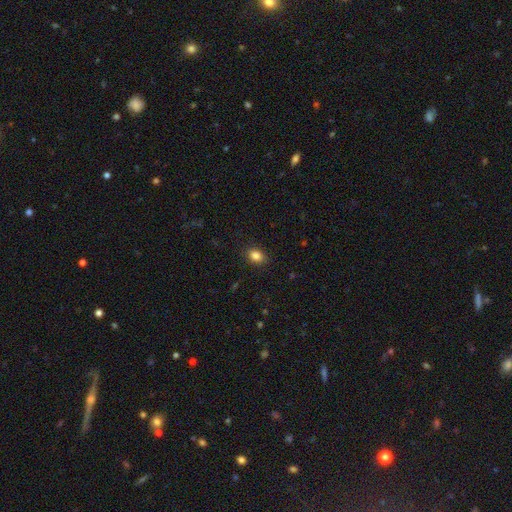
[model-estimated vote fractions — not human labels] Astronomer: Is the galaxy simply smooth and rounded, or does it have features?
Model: smooth — 85%.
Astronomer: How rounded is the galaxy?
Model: in between — 67%.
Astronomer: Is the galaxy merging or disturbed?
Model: none — 88%.